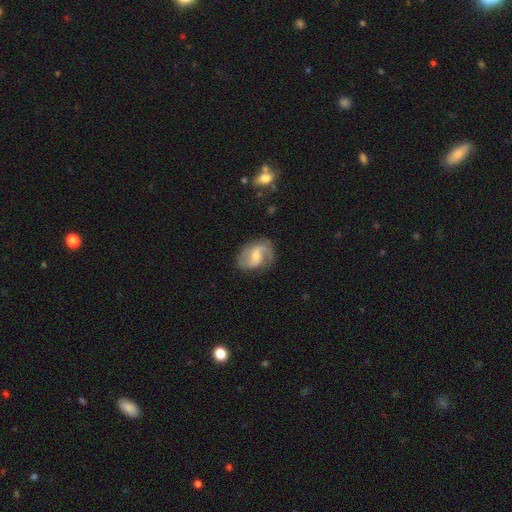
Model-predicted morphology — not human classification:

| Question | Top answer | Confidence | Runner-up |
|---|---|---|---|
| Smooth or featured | featured or disk | 84% | smooth (11%) |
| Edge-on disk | no | 98% | yes (2%) |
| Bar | weak | 55% | no (29%) |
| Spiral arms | yes | 96% | no (4%) |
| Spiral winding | medium | 51% | loose (33%) |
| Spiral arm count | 2 | 87% | 1 (6%) |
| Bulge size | moderate | 46% | small (43%) |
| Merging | none | 77% | minor disturbance (15%) |